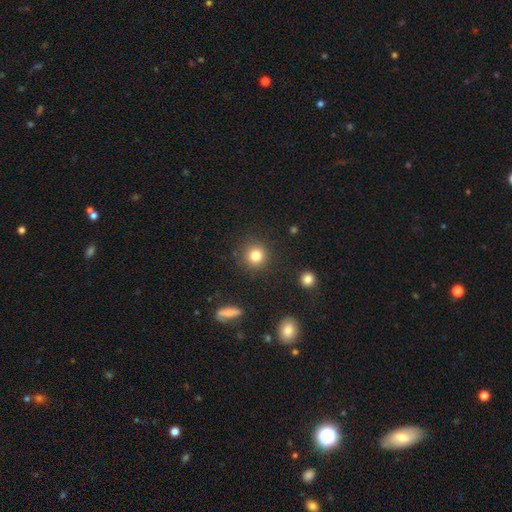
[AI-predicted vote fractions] This is clearly a smooth galaxy (81%). How rounded: clearly round (92%). Merging: clearly none (88%).